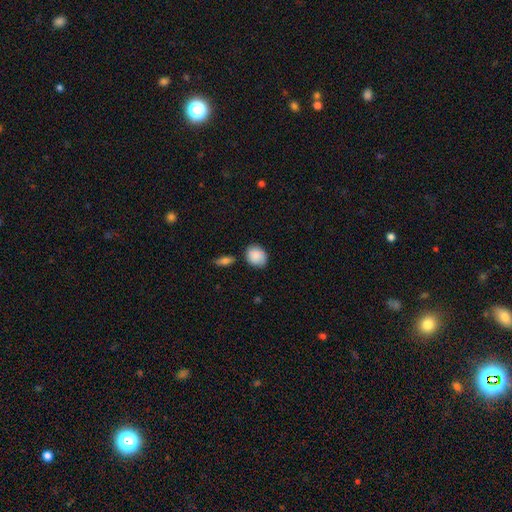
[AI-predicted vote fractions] Smooth or featured: smooth — 86% (star or artifact — 7%)
How rounded: round — 53% (in between — 46%)
Merging: none — 74% (minor disturbance — 18%)